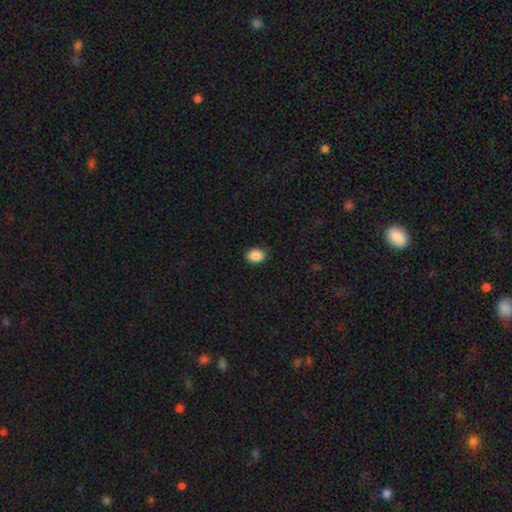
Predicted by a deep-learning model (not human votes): smooth-or-featured: smooth: 88% | star or artifact: 8% | featured or disk: 3%
  how-rounded: in between: 73% | round: 26% | cigar-shaped: 1%
  merging: none: 85% | minor disturbance: 12% | major disturbance: 2% | merger: 1%